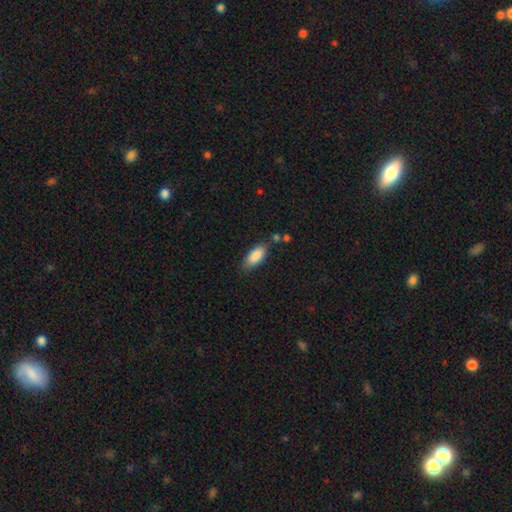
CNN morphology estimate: A smooth galaxy with no disk features (87%) that is in between round and cigar-shaped (83%).

Vote fractions:
- Smooth or featured? smooth: 87% / featured or disk: 7% / star or artifact: 6%
- How rounded? in between: 83% / cigar-shaped: 15% / round: 2%
- Merging? none: 76% / minor disturbance: 16% / merger: 4% / major disturbance: 4%